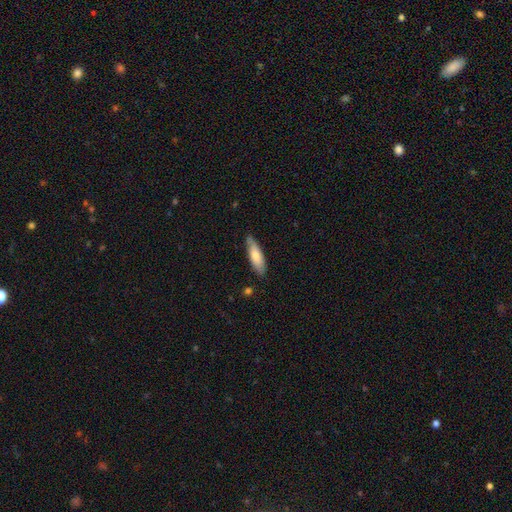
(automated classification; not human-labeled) The model was most divided on "how rounded": cigar-shaped: 50%, in between: 49%, round: 2%. More confident: merging — none (79%); smooth or featured — smooth (73%).